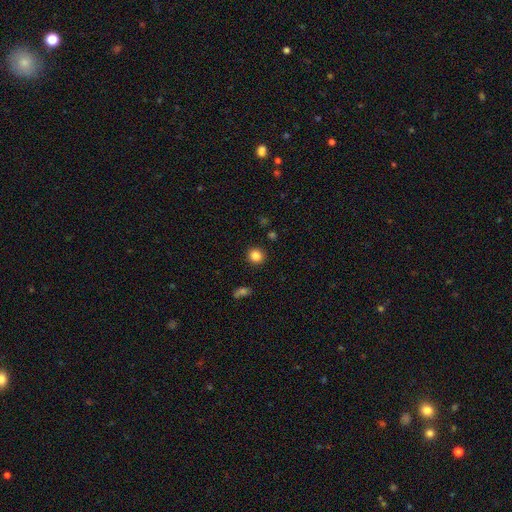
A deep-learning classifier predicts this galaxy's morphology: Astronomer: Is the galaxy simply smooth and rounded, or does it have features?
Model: smooth — 85%.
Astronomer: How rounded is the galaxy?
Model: round — 89%.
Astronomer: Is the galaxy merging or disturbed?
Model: none — 91%.